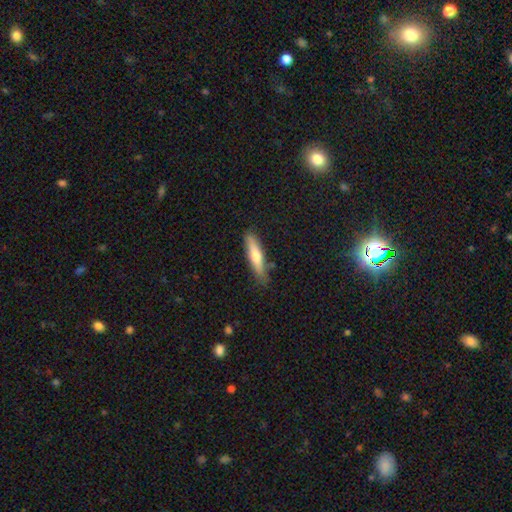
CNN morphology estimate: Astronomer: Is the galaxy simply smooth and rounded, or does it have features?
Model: smooth — 59% (runner-up: featured or disk, 35%).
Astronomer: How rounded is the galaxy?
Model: cigar-shaped — 83%.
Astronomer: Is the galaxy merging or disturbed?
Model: none — 83%.